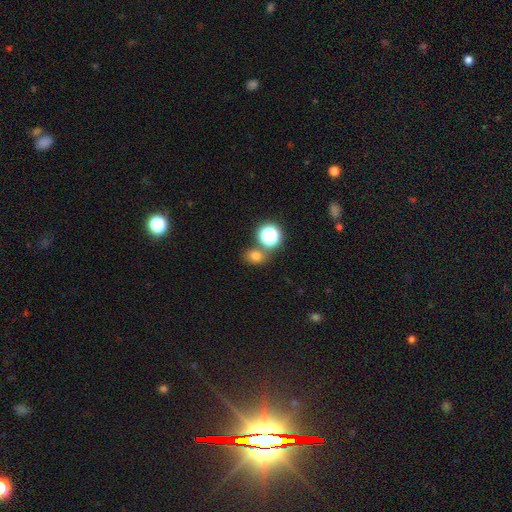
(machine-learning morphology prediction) The model was most divided on "how rounded": round: 56%, in between: 43%, cigar-shaped: 1%. More confident: smooth or featured — smooth (71%); merging — none (69%).